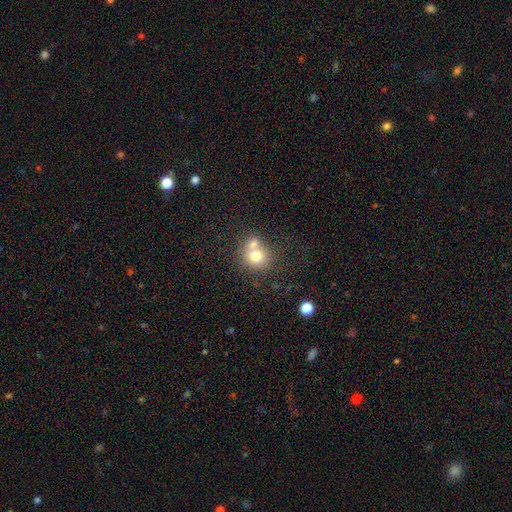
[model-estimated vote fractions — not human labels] smooth-or-featured: smooth: 72% | featured or disk: 17% | star or artifact: 11%
  how-rounded: round: 82% | in between: 17% | cigar-shaped: 1%
  merging: merger: 52% | none: 37% | minor disturbance: 7% | major disturbance: 3%